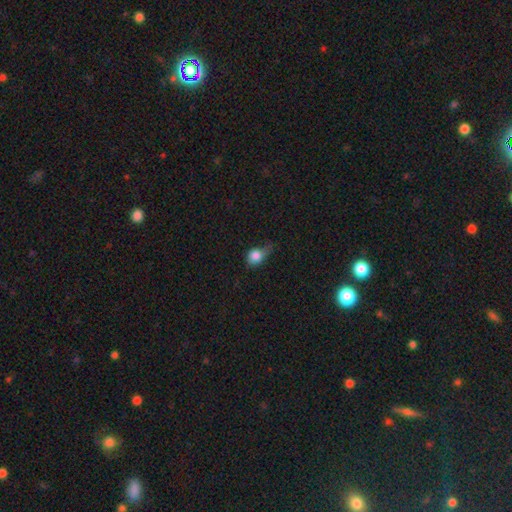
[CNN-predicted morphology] The model was most divided on "merging": minor disturbance: 41%, none: 30%, major disturbance: 25%, merger: 3%. More confident: smooth or featured — smooth (81%); how rounded — round (56%).